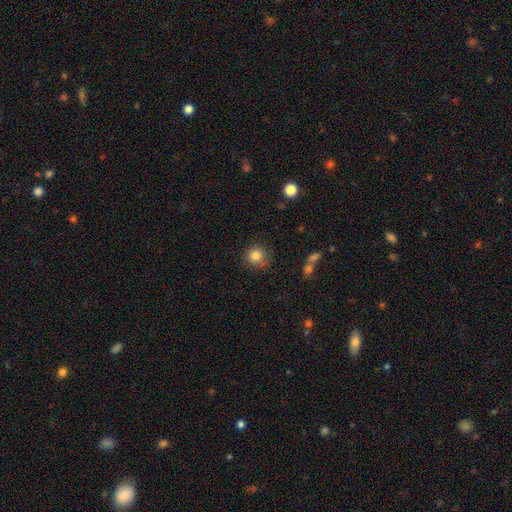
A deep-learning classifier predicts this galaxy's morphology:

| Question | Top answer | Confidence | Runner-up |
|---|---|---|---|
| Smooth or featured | smooth | 83% | star or artifact (11%) |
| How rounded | round | 91% | in between (8%) |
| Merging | none | 82% | minor disturbance (12%) |